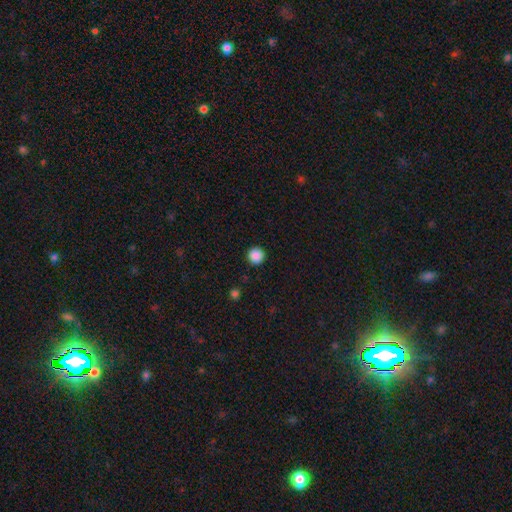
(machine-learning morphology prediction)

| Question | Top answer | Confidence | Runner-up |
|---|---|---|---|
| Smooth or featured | smooth | 88% | star or artifact (10%) |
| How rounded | round | 96% | in between (3%) |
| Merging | none | 93% | minor disturbance (5%) |